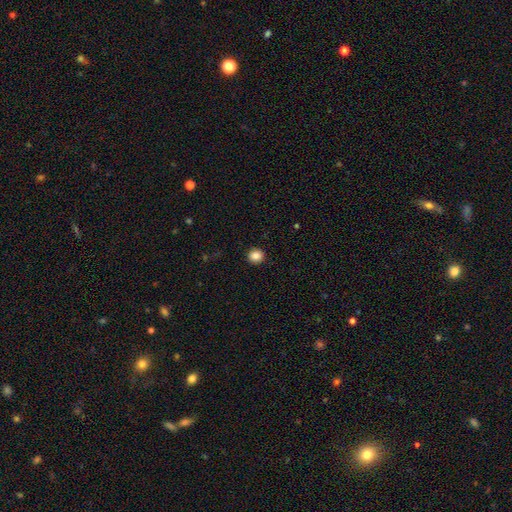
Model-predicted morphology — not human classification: Smooth or featured? Predicted: smooth (p=0.87). How rounded? Predicted: round (p=0.86). Merging? Predicted: none (p=0.92).